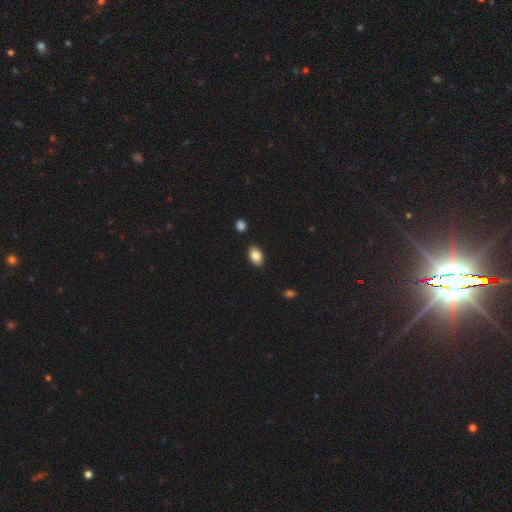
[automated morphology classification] This appears to be a smooth galaxy with no disk features (84%) that is in between round and cigar-shaped (90%). Merging: none (86%).